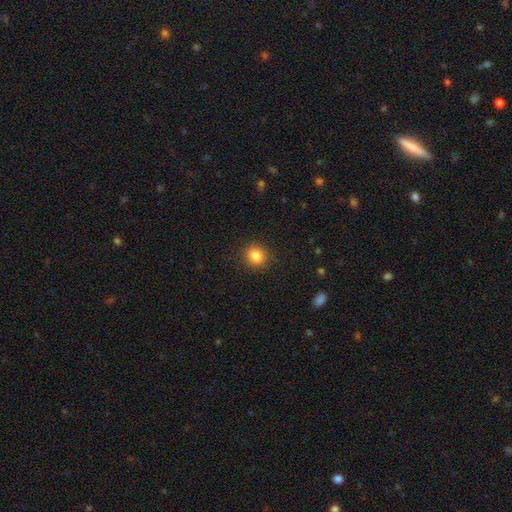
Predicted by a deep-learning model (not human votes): Overall: smooth (84%). How rounded: round (81%). Merging: none (90%).